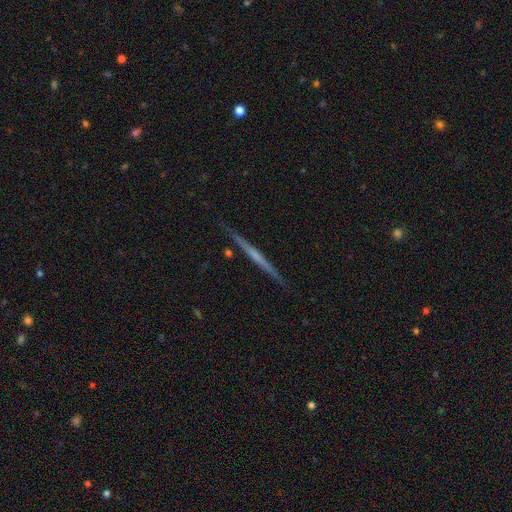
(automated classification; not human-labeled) Morphology: type=featured or disk (68%); edge-on=yes (98%); edge-on bulge=none (72%); merging=none (90%).